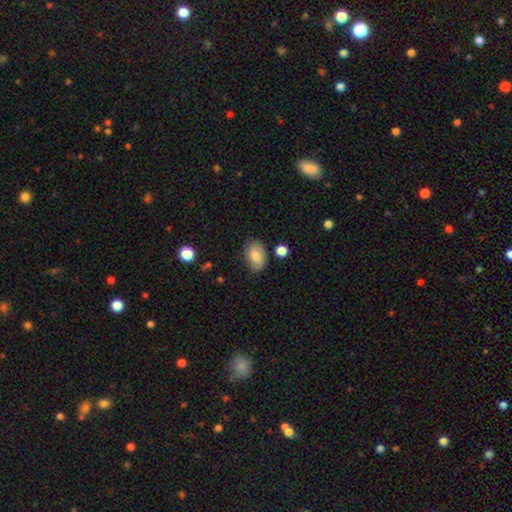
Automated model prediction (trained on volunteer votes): Smooth or featured? Predicted: smooth (p=0.78). How rounded? Predicted: in between (p=0.87). Merging? Predicted: none (p=0.78).